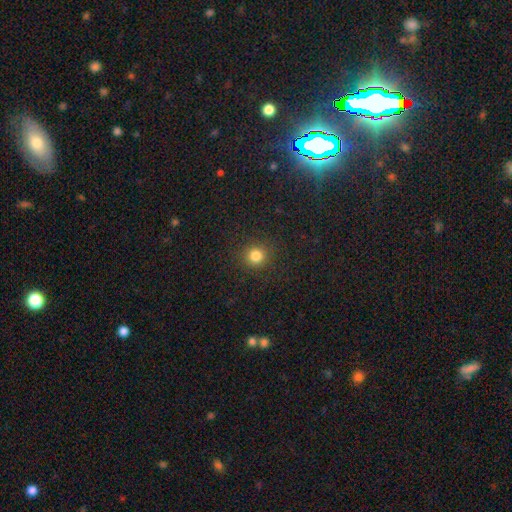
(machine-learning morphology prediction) Q: Smooth or featured?
A: smooth (82%); runner-up: star or artifact (14%)
Q: How rounded?
A: round (92%); runner-up: in between (7%)
Q: Merging?
A: none (90%); runner-up: minor disturbance (6%)